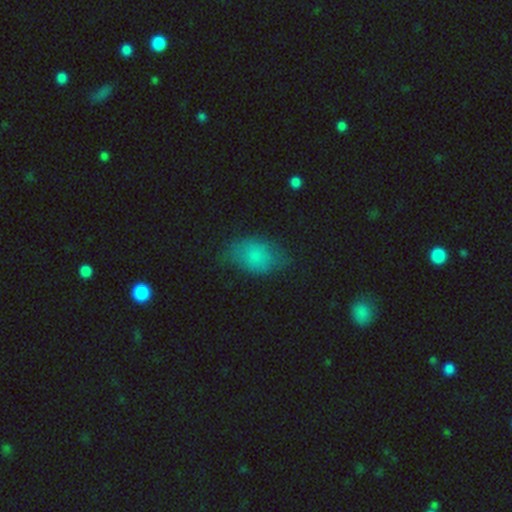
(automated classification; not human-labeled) smooth 75%, featured or disk 15%, star or artifact 10%. Down the decision tree: how rounded — in between (87%); merging — none (62%).